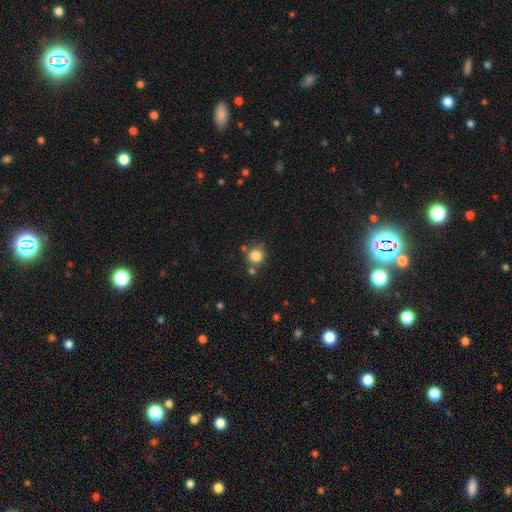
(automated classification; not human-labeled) smooth_or_featured: smooth (p=0.82) [alt: star or artifact p=0.12]
how_rounded: round (p=0.90) [alt: in between p=0.09]
merging: none (p=0.73) [alt: minor disturbance p=0.13]